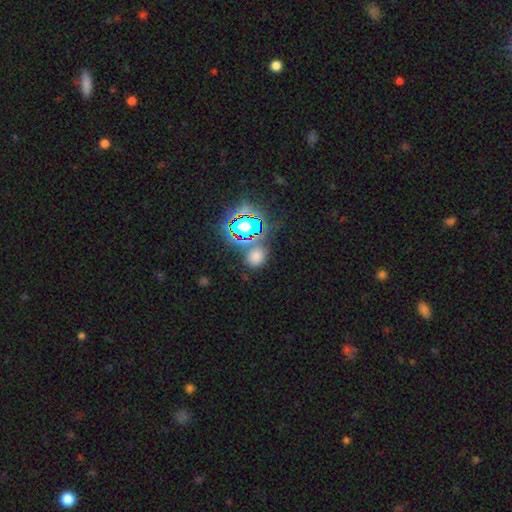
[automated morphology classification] Smooth or featured: smooth — 57% (star or artifact — 36%)
How rounded: round — 71% (in between — 27%)
Merging: none — 73% (minor disturbance — 12%)